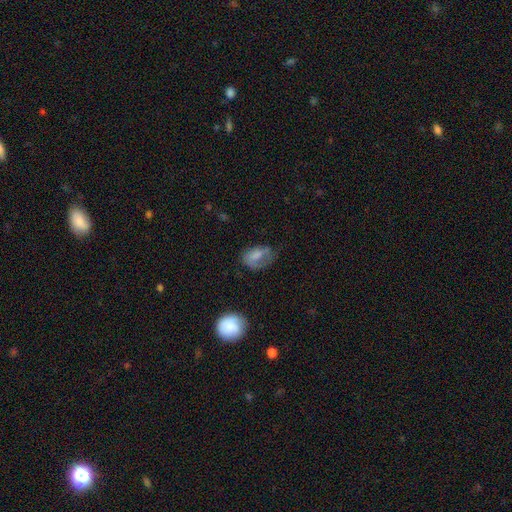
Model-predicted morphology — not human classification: type=smooth (66%); roundness=in between (82%); merging=none (38%).